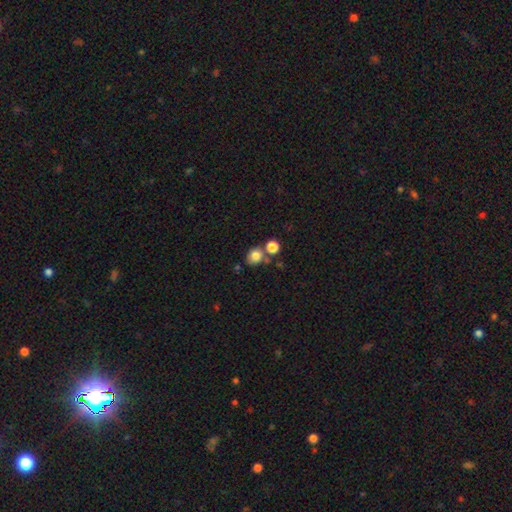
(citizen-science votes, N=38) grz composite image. It shows a smooth galaxy with no disk features (87%) that is round (91%). Merging: none (78%).